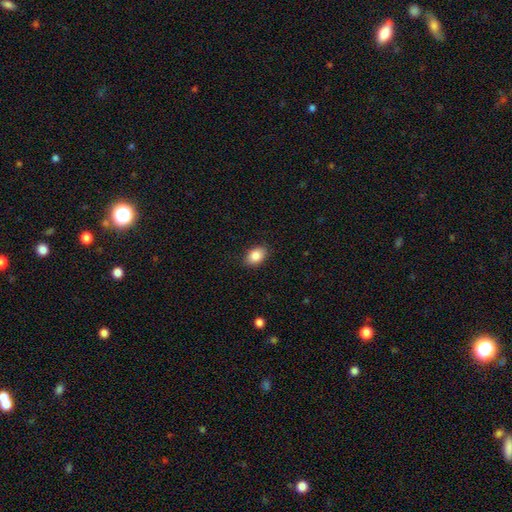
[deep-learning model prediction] The model was most divided on "how rounded": in between: 78%, round: 21%, cigar-shaped: 1%. More confident: merging — none (88%); smooth or featured — smooth (87%).